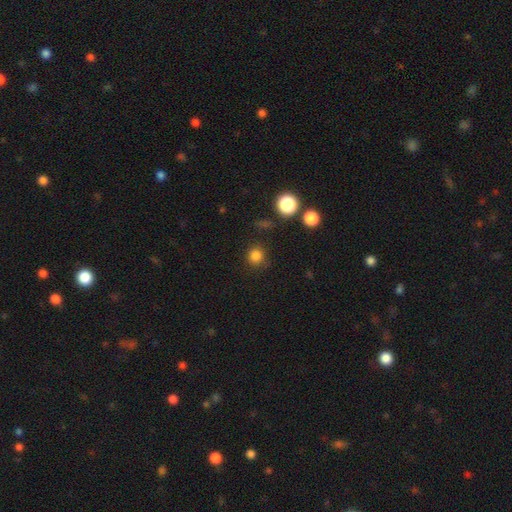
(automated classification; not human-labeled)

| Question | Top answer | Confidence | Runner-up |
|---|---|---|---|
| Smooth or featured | smooth | 82% | star or artifact (14%) |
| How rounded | round | 93% | in between (6%) |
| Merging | none | 86% | minor disturbance (9%) |